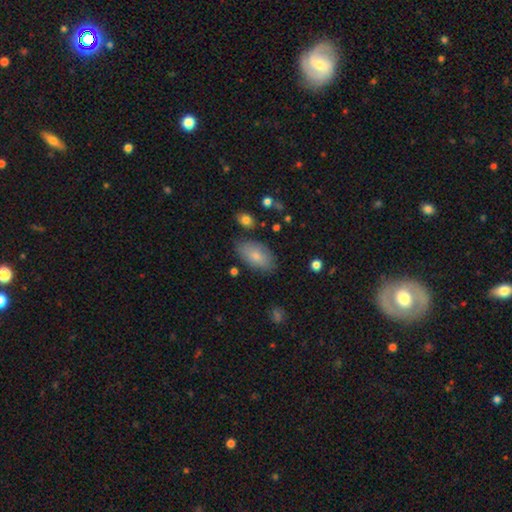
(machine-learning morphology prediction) Smooth or featured? smooth (78%)
How rounded? in between (93%)
Merging? none (77%)